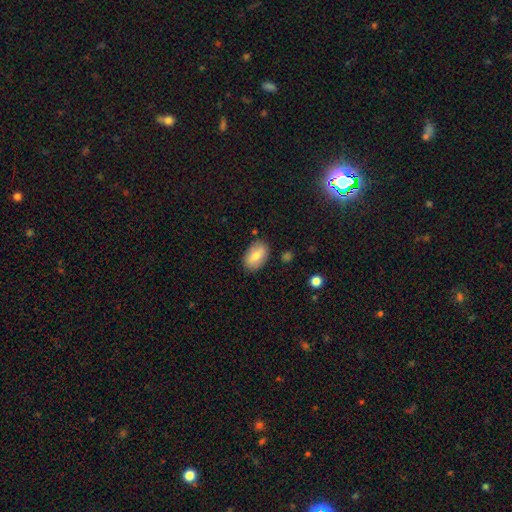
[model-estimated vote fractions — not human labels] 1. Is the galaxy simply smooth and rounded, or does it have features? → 74% smooth, 19% featured or disk, 7% star or artifact.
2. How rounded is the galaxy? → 90% in between, 8% round, 2% cigar-shaped.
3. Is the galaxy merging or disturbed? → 84% none, 12% minor disturbance, 3% major disturbance, 2% merger.